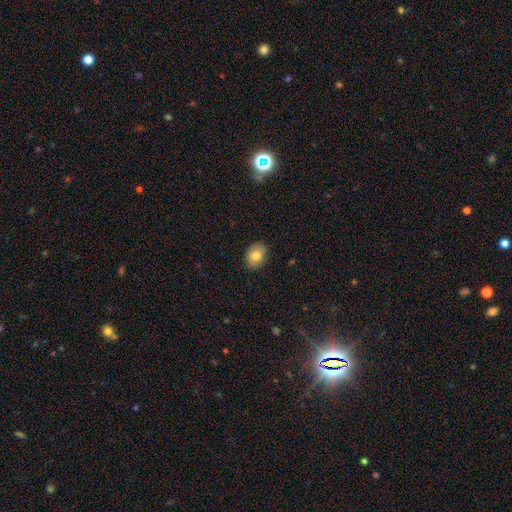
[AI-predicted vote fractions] smooth-or-featured: smooth: 79% | featured or disk: 12% | star or artifact: 9%
  how-rounded: in between: 61% | round: 38% | cigar-shaped: 1%
  merging: none: 87% | minor disturbance: 10% | major disturbance: 2% | merger: 1%